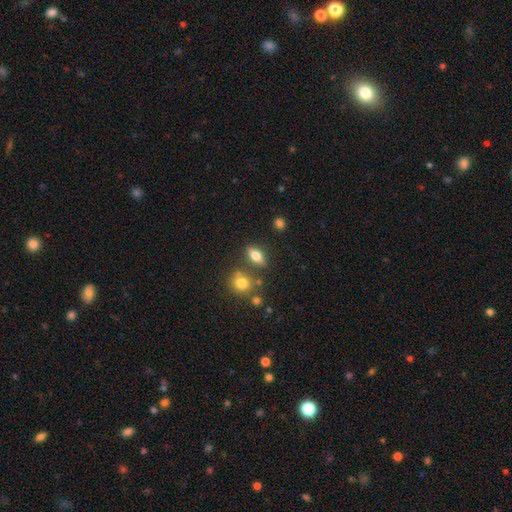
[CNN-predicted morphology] Smooth or featured?
  - smooth: 70% *
  - featured or disk: 20%
  - star or artifact: 10%
How rounded?
  - in between: 74% *
  - cigar-shaped: 15%
  - round: 11%
Merging?
  - none: 76% *
  - minor disturbance: 11%
  - merger: 9%
  - major disturbance: 4%